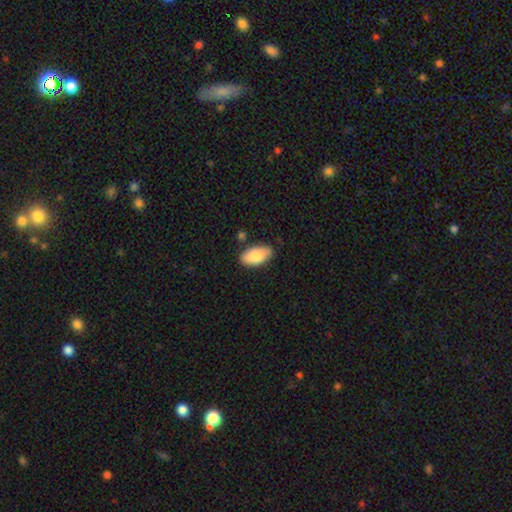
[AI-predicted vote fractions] A smooth galaxy with no disk features (82%) that is in between round and cigar-shaped (94%). Merging: none (79%).